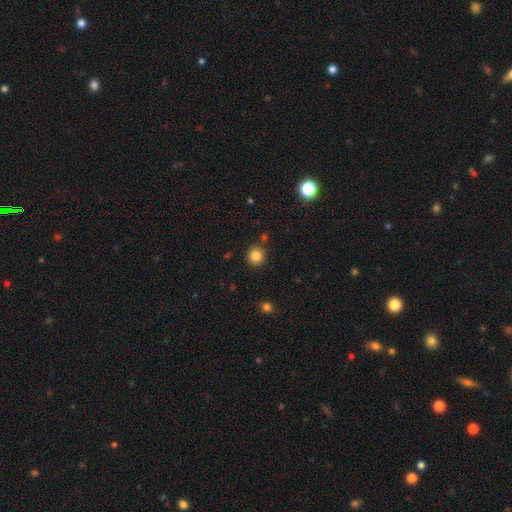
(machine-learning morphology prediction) smooth 84%, star or artifact 11%, featured or disk 5%. Down the decision tree: how rounded — round (85%); merging — none (84%).